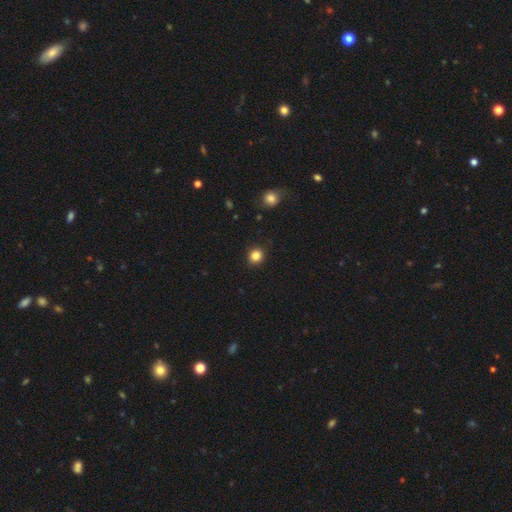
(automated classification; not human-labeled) This appears to be a smooth galaxy with no disk features (84%) that is round (88%). Merging: none (91%).